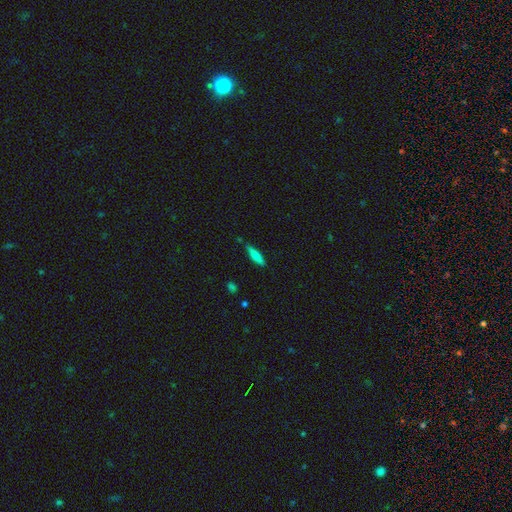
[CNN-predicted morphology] type=smooth (70%); roundness=cigar-shaped (77%); merging=none (81%).